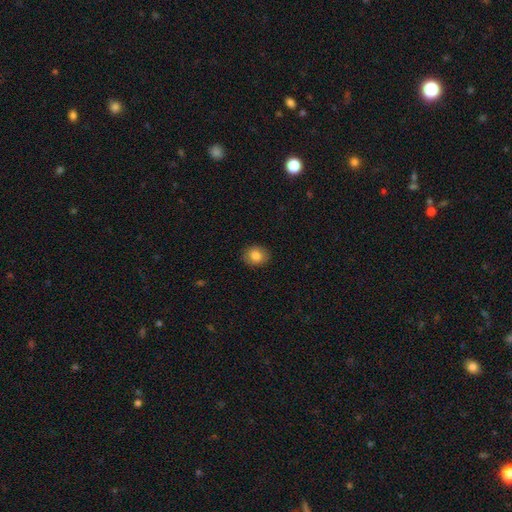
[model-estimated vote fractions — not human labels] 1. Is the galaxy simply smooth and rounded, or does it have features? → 83% smooth, 9% featured or disk, 9% star or artifact.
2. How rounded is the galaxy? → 59% round, 40% in between, 1% cigar-shaped.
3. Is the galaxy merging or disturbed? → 87% none, 9% minor disturbance, 2% major disturbance, 1% merger.